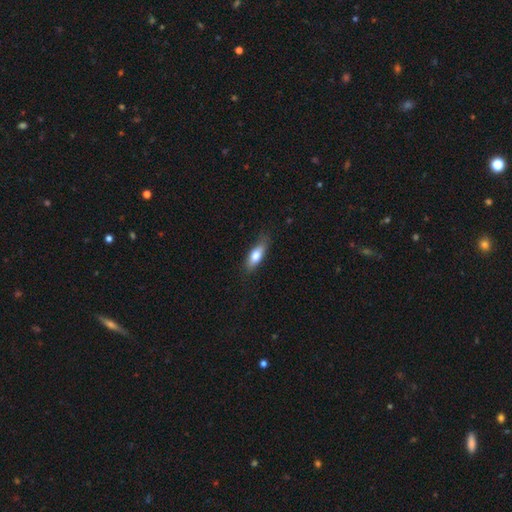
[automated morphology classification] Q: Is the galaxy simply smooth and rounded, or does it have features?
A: smooth — 72%.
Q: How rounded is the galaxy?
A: in between — 62%.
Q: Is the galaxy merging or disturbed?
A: none — 76%.